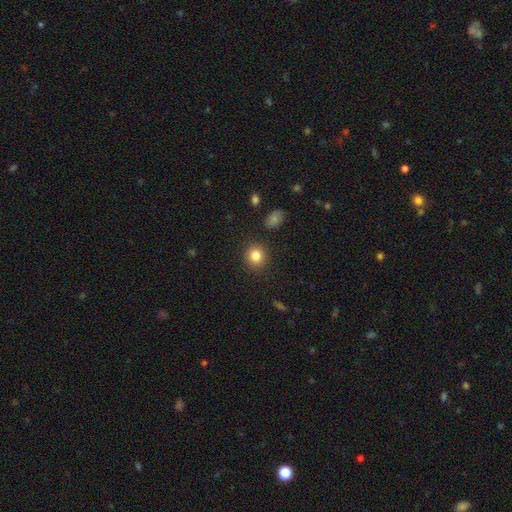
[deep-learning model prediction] smooth 84%, star or artifact 10%, featured or disk 6%. Down the decision tree: how rounded — round (84%); merging — none (89%).